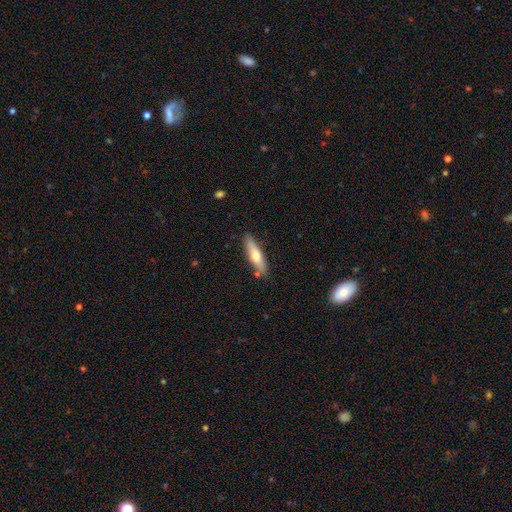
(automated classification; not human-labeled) Morphology: type=smooth (60%); roundness=cigar-shaped (68%); merging=none (82%).